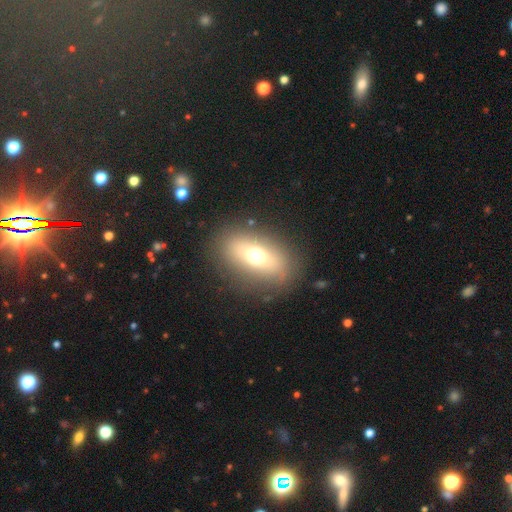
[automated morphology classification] Smooth or featured? Predicted: smooth (p=0.62). How rounded? Predicted: in between (p=0.75). Merging? Predicted: none (p=0.83).